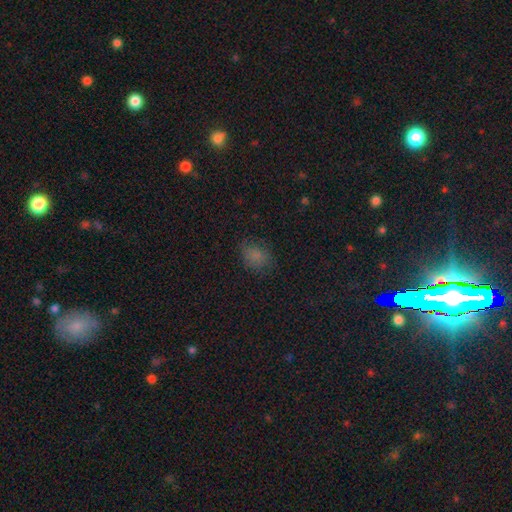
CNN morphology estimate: A smooth galaxy with no disk features (77%) that is in between round and cigar-shaped (63%). Merging: none (73%).